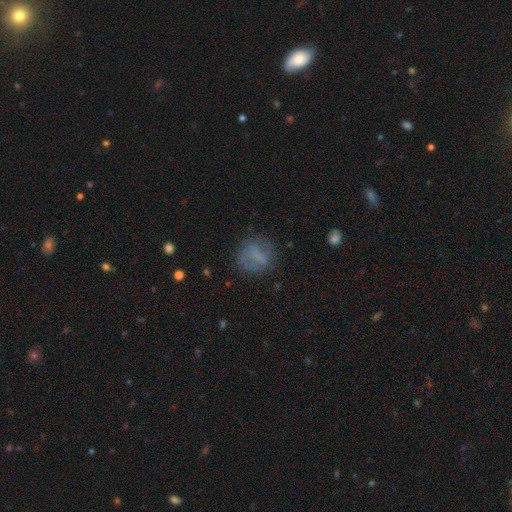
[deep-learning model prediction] Q: Smooth or featured?
A: smooth (59%); runner-up: featured or disk (28%)
Q: How rounded?
A: round (67%); runner-up: in between (30%)
Q: Merging?
A: none (67%); runner-up: minor disturbance (18%)